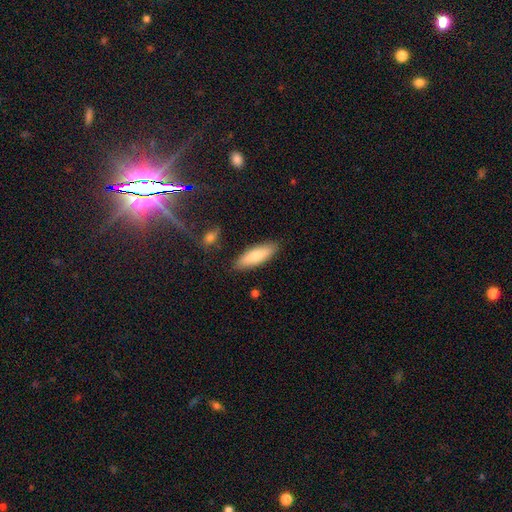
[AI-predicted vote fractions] smooth_or_featured: smooth (p=0.74) [alt: featured or disk p=0.20]
how_rounded: in between (p=0.56) [alt: cigar-shaped p=0.42]
merging: none (p=0.85) [alt: minor disturbance p=0.10]